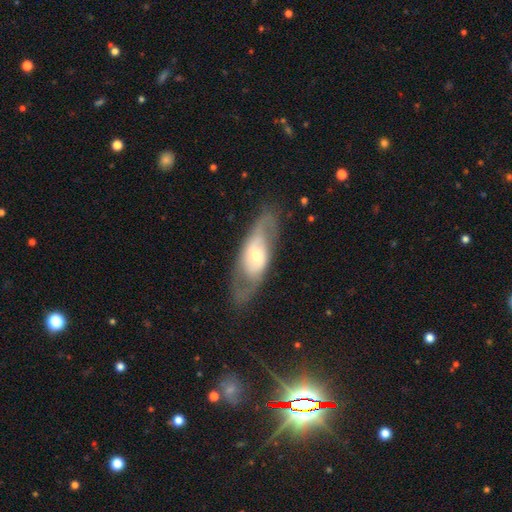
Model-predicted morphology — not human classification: smooth_or_featured: featured or disk (p=0.67) [alt: smooth p=0.27]
disk_edge_on: no (p=0.84) [alt: yes p=0.16]
bar: no (p=0.60) [alt: weak p=0.26]
has_spiral_arms: yes (p=0.63) [alt: no p=0.37]
bulge_size: small (p=0.47) [alt: moderate p=0.43]
merging: none (p=0.74) [alt: minor disturbance p=0.15]